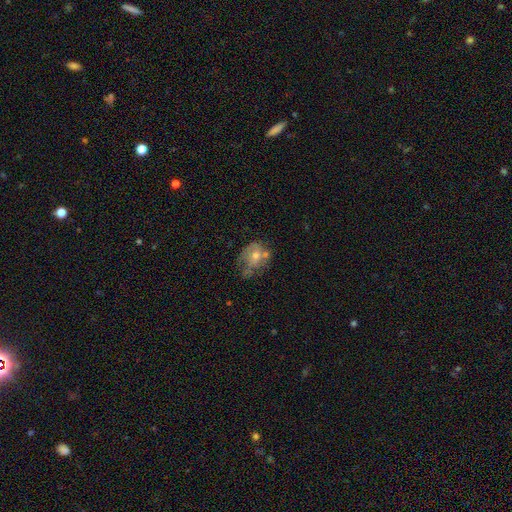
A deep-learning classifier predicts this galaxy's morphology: smooth_or_featured: featured or disk (p=0.56) [alt: smooth p=0.32]
disk_edge_on: no (p=0.96) [alt: yes p=0.04]
bar: no (p=0.81) [alt: weak p=0.16]
has_spiral_arms: yes (p=0.52) [alt: no p=0.48]
bulge_size: moderate (p=0.57) [alt: small p=0.37]
merging: none (p=0.41) [alt: minor disturbance p=0.26]